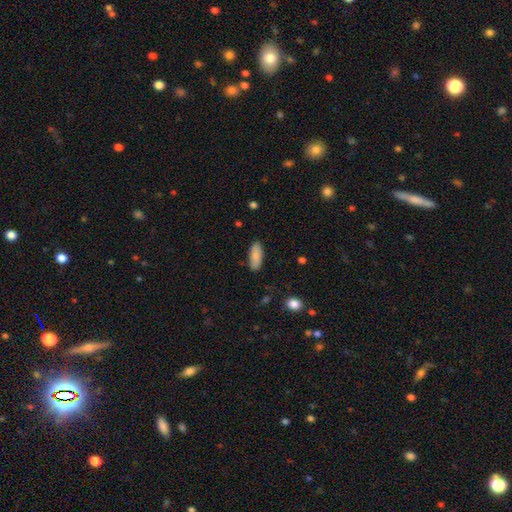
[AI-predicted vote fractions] Q: Smooth or featured?
A: smooth (87%); runner-up: featured or disk (7%)
Q: How rounded?
A: in between (78%); runner-up: cigar-shaped (20%)
Q: Merging?
A: none (84%); runner-up: minor disturbance (12%)